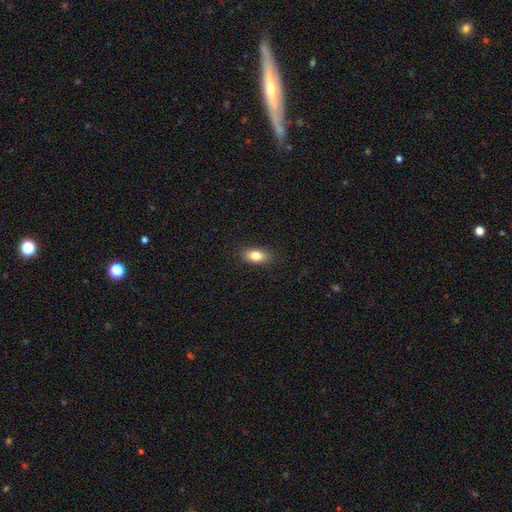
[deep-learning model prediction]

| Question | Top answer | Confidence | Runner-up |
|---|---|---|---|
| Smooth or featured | smooth | 83% | featured or disk (9%) |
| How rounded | in between | 88% | cigar-shaped (6%) |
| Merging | none | 88% | minor disturbance (9%) |